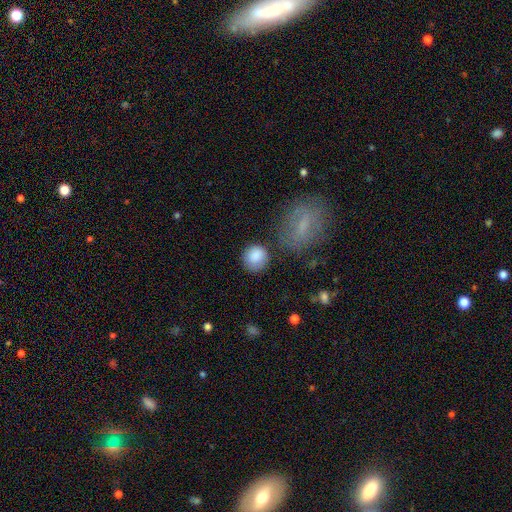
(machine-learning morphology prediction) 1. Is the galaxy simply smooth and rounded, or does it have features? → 87% smooth, 7% star or artifact, 6% featured or disk.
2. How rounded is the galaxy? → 87% round, 12% in between, 1% cigar-shaped.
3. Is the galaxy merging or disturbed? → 75% none, 14% minor disturbance, 6% merger, 5% major disturbance.